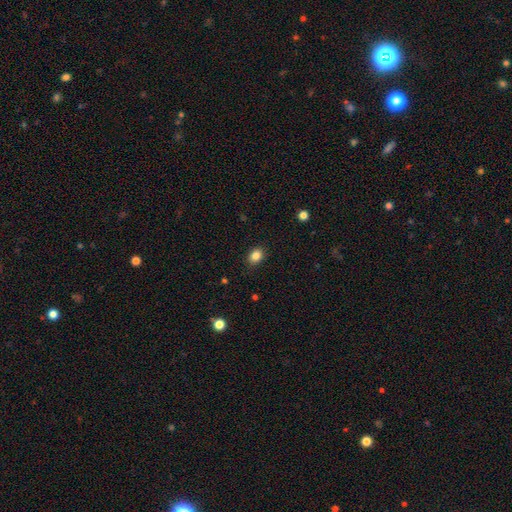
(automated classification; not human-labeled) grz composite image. It shows a smooth galaxy with no disk features (85%) that is in between round and cigar-shaped (58%). Merging: none (88%).